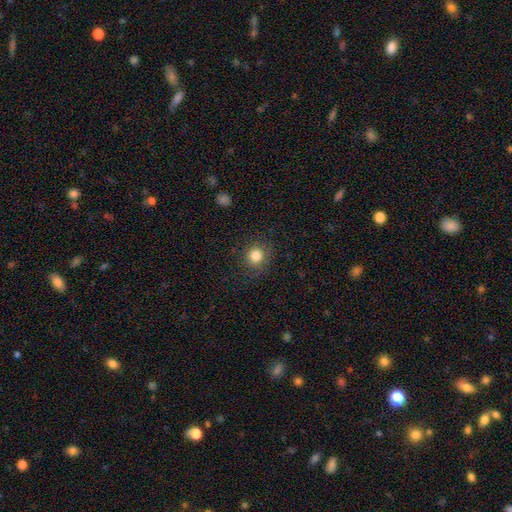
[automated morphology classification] smooth-or-featured: smooth: 83% | star or artifact: 11% | featured or disk: 6%
  how-rounded: round: 83% | in between: 16% | cigar-shaped: 1%
  merging: none: 83% | minor disturbance: 11% | major disturbance: 4% | merger: 1%